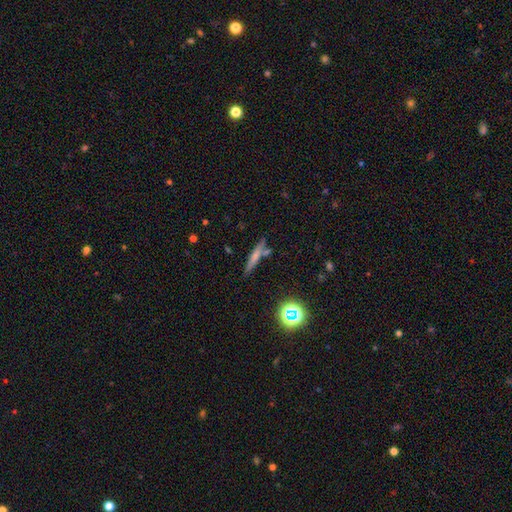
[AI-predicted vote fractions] This is possibly a smooth galaxy (59%). How rounded: clearly cigar-shaped (87%). Merging: likely none (72%).